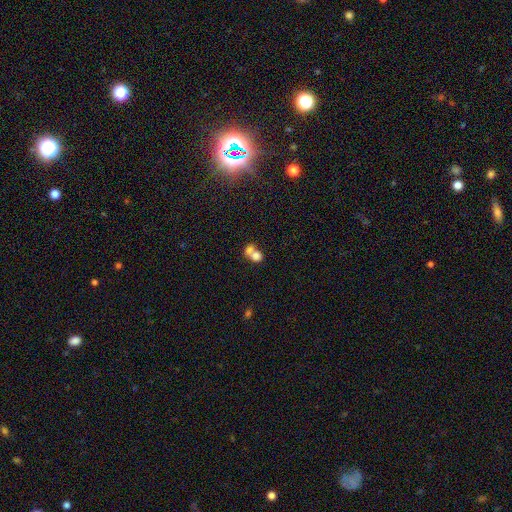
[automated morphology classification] This appears to be a smooth galaxy with no disk features (73%) that is round (57%). Merging: merger (69%).